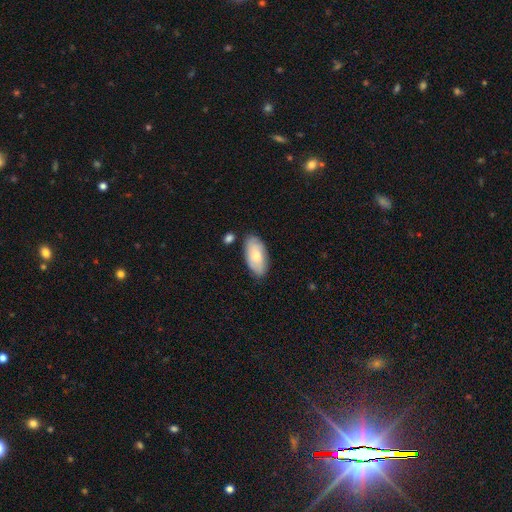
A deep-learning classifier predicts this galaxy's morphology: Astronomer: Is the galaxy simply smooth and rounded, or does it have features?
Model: smooth — 69%.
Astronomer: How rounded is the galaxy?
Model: in between — 93%.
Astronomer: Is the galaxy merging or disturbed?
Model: none — 76%.